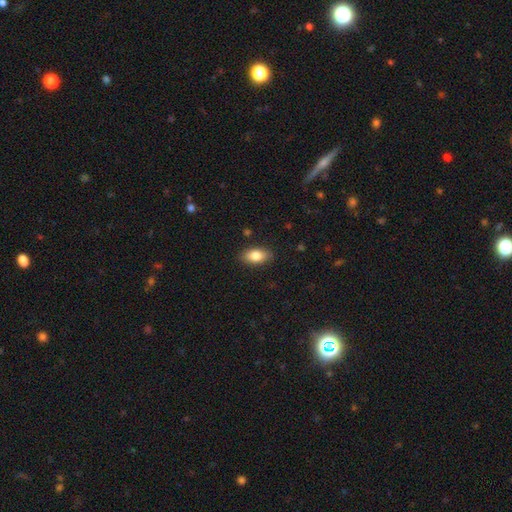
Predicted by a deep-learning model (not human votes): smooth_or_featured: smooth (p=0.82) [alt: featured or disk p=0.11]
how_rounded: in between (p=0.91) [alt: round p=0.05]
merging: none (p=0.87) [alt: minor disturbance p=0.10]